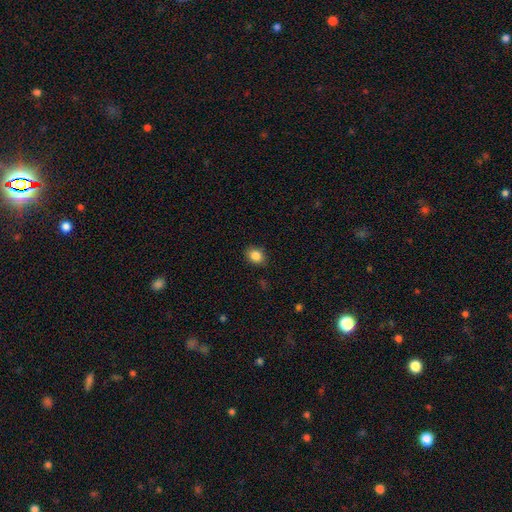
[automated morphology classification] Smooth or featured: smooth — 85% (star or artifact — 9%)
How rounded: in between — 58% (round — 41%)
Merging: none — 87% (minor disturbance — 10%)